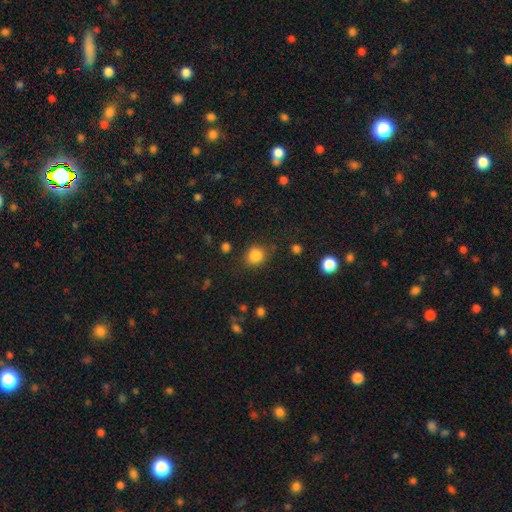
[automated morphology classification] Smooth or featured? Predicted: smooth (p=0.85). How rounded? Predicted: round (p=0.77). Merging? Predicted: none (p=0.78).